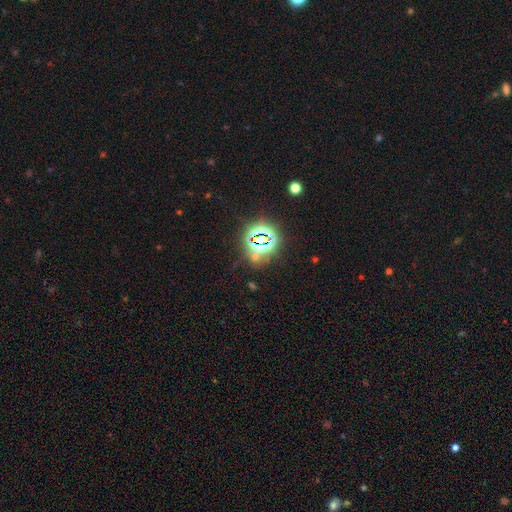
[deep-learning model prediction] smooth-or-featured: star or artifact: 75% | smooth: 17% | featured or disk: 9%